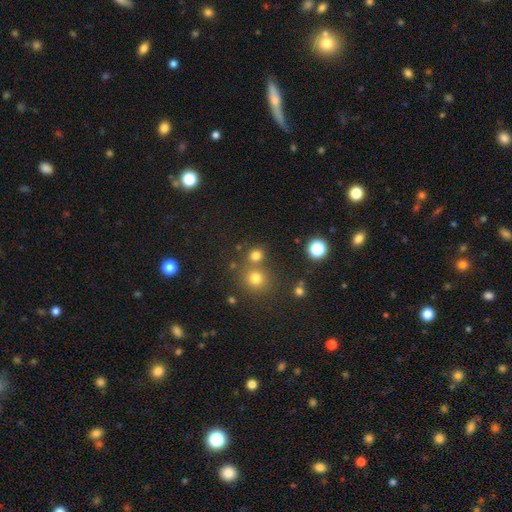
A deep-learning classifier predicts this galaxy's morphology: type=smooth (74%); roundness=round (84%); merging=none (67%).